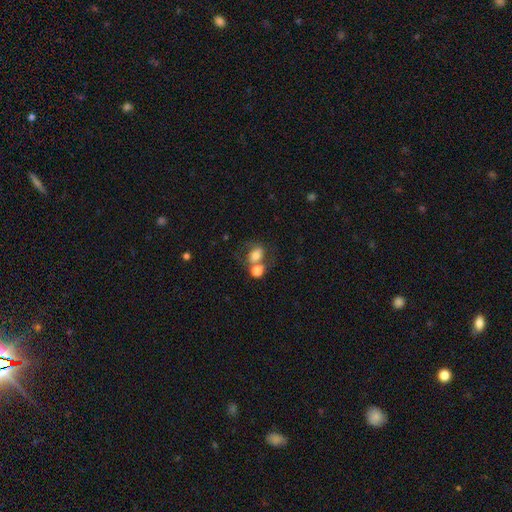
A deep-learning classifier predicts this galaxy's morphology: The model was most divided on "merging": merger: 45%, none: 34%, minor disturbance: 12%, major disturbance: 9%. More confident: smooth or featured — smooth (68%); how rounded — in between (56%).